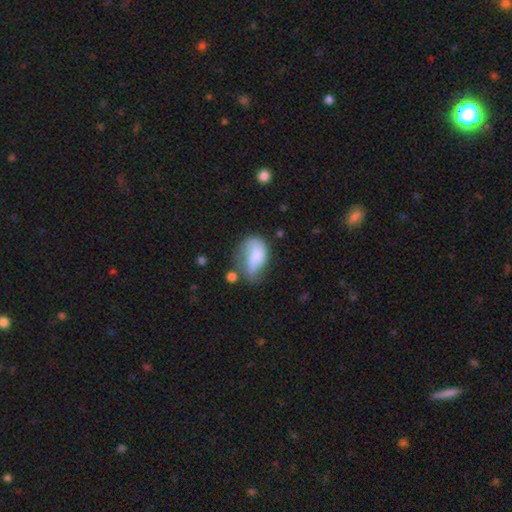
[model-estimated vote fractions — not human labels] Smooth or featured? Predicted: smooth (p=0.67). How rounded? Predicted: in between (p=0.85). Merging? Predicted: major disturbance (p=0.32).